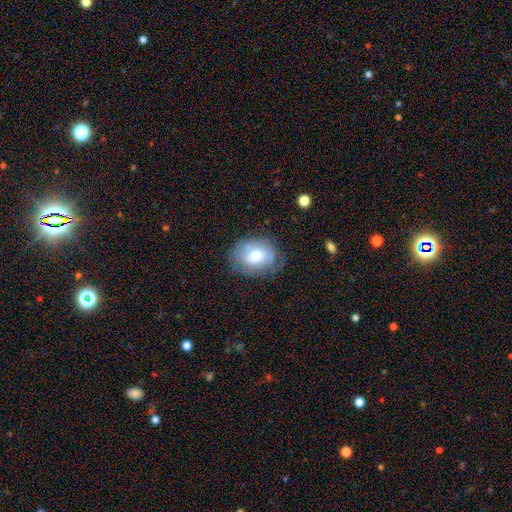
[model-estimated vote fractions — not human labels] This appears to be a smooth galaxy with no disk features (55%) that is in between round and cigar-shaped (63%). Merging: none (63%).